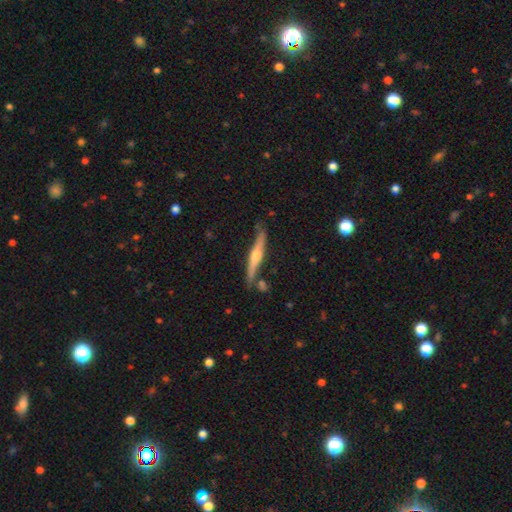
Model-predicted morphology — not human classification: This appears to be a featured or disk galaxy (75%) viewed edge-on (96%) with a rounded central bulge (86%). Merging: none (79%).